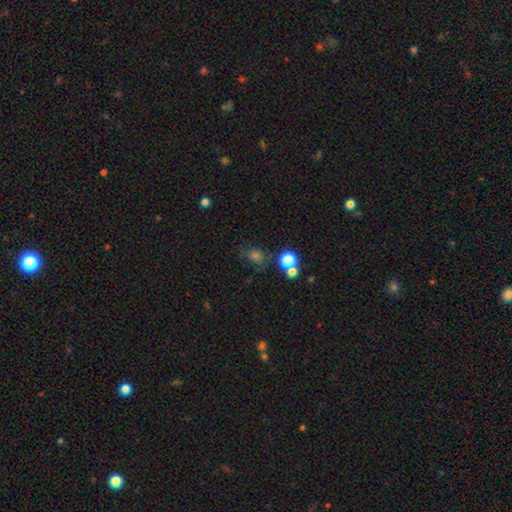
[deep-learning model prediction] Smooth or featured? smooth (59%)
How rounded? round (59%)
Merging? none (65%)